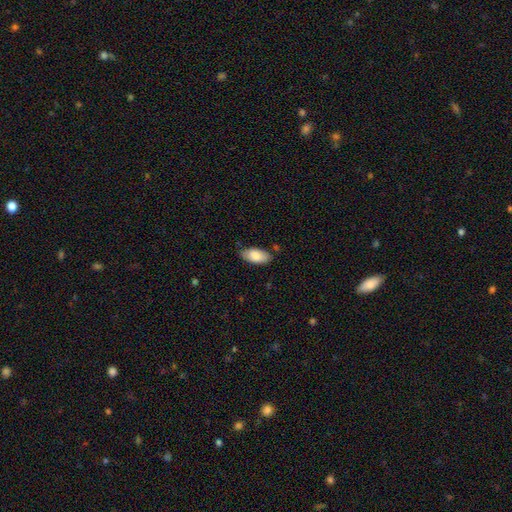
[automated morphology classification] This is clearly a smooth galaxy (85%). How rounded: clearly in between (92%). Merging: likely none (76%).